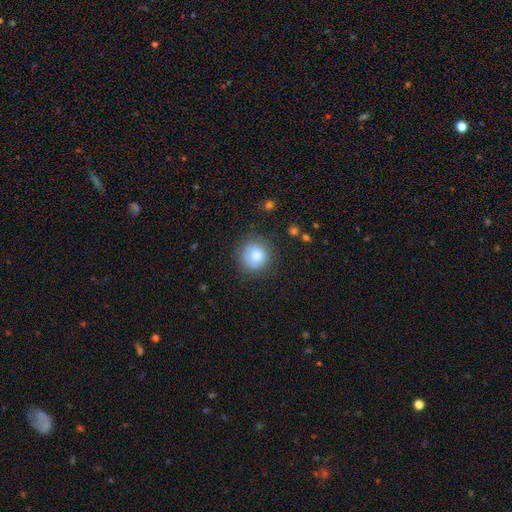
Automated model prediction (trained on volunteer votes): smooth_or_featured: smooth (p=0.83) [alt: star or artifact p=0.09]
how_rounded: round (p=0.92) [alt: in between p=0.07]
merging: none (p=0.79) [alt: minor disturbance p=0.14]